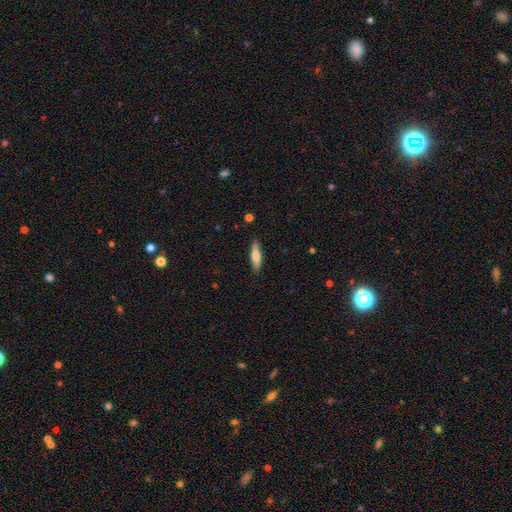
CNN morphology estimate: Smooth or featured?
  - smooth: 72% *
  - featured or disk: 22%
  - star or artifact: 6%
How rounded?
  - cigar-shaped: 65% *
  - in between: 34%
  - round: 2%
Merging?
  - none: 87% *
  - minor disturbance: 10%
  - major disturbance: 2%
  - merger: 1%